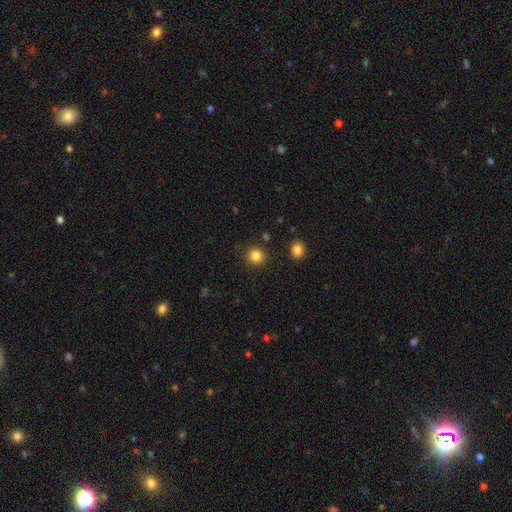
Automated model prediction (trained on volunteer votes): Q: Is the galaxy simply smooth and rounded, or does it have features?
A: smooth — 84%.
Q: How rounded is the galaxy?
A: round — 87%.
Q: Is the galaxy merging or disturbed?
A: none — 88%.